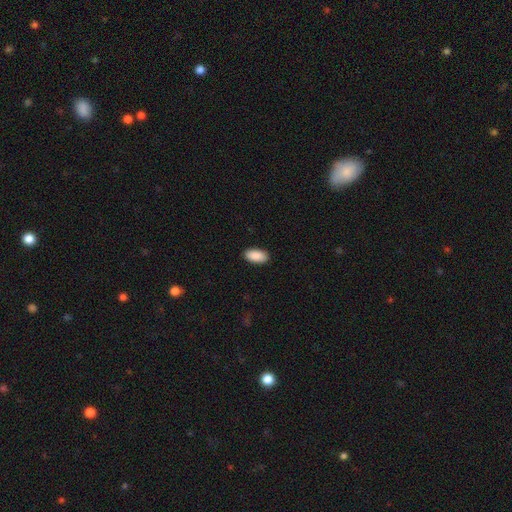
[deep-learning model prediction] A smooth galaxy with no disk features (91%) that is in between round and cigar-shaped (94%). Merging: none (90%).